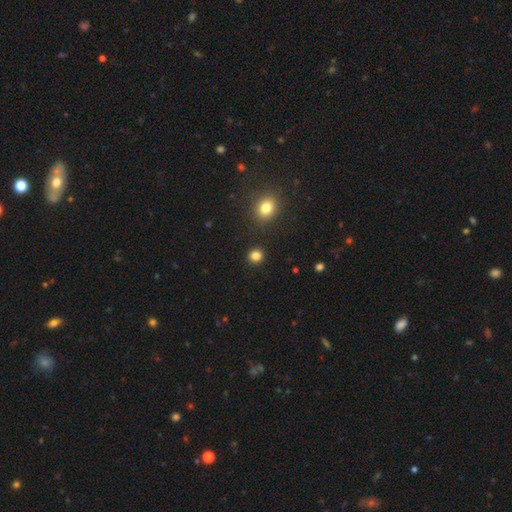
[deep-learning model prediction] Q: Smooth or featured?
A: smooth (83%); runner-up: star or artifact (13%)
Q: How rounded?
A: round (88%); runner-up: in between (11%)
Q: Merging?
A: none (90%); runner-up: minor disturbance (6%)